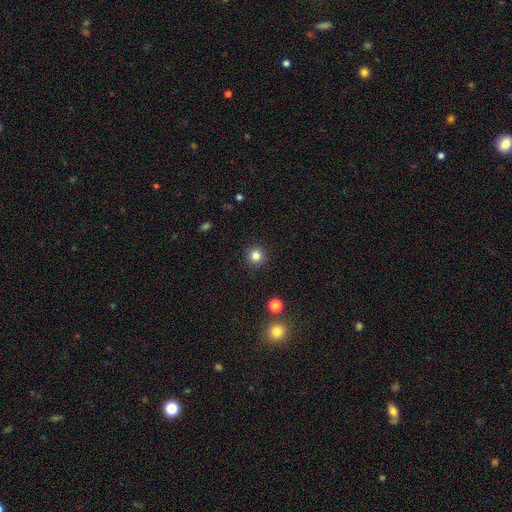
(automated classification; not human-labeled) This appears to be a smooth galaxy with no disk features (83%) that is round (94%). Merging: none (92%).